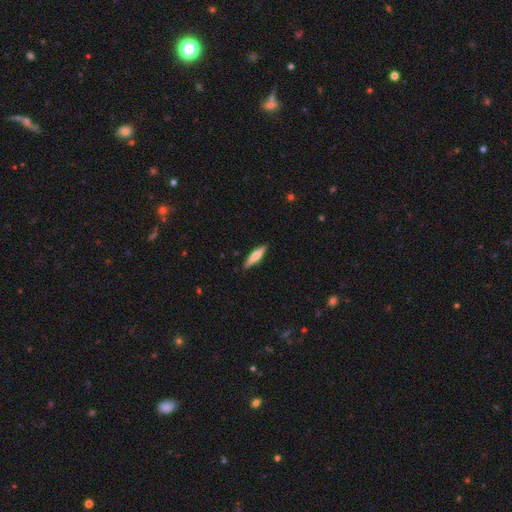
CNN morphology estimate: A smooth galaxy with no disk features (69%) that is cigar-shaped (79%). Merging: none (87%).